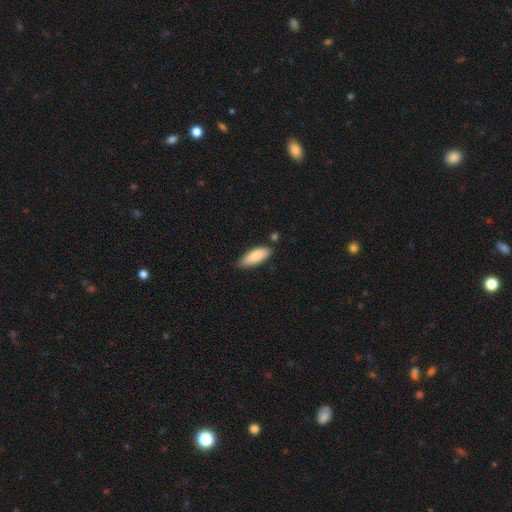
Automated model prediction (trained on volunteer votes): A smooth galaxy with no disk features (85%) that is in between round and cigar-shaped (76%).

Vote fractions:
- Smooth or featured? smooth: 85% / featured or disk: 9% / star or artifact: 6%
- How rounded? in between: 76% / cigar-shaped: 23% / round: 2%
- Merging? none: 76% / minor disturbance: 18% / merger: 4% / major disturbance: 3%